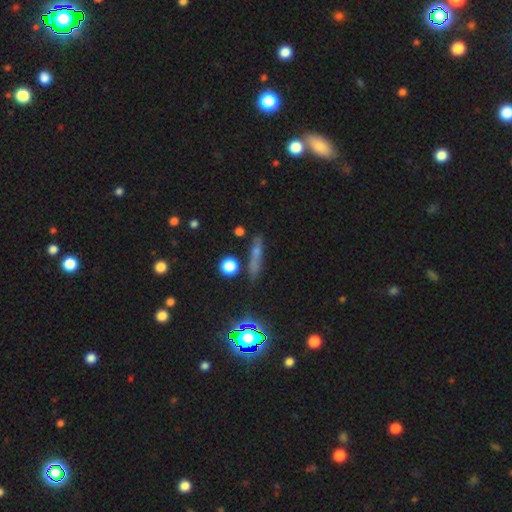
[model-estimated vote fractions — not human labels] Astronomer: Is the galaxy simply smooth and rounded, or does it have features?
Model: smooth — 48% (runner-up: featured or disk, 27%).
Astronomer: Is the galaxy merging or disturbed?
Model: none — 78%.